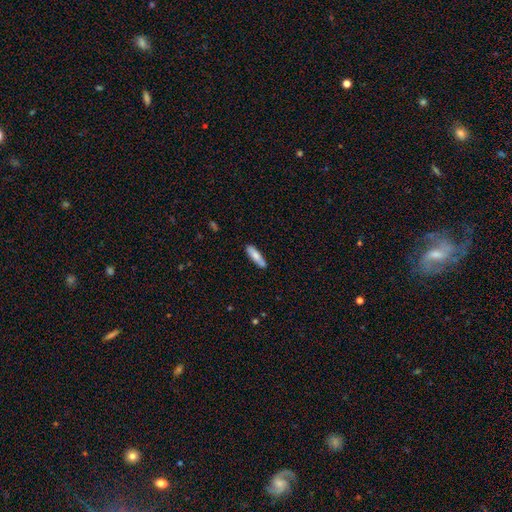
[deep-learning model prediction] Morphology: type=smooth (76%); roundness=cigar-shaped (67%); merging=none (82%).